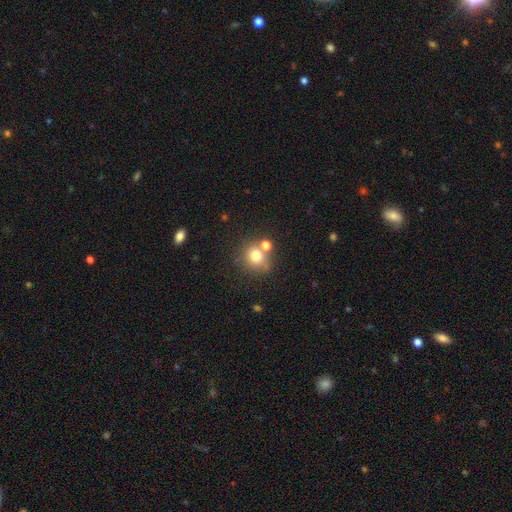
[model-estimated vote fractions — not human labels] Smooth or featured? smooth (75%)
How rounded? round (83%)
Merging? none (60%)